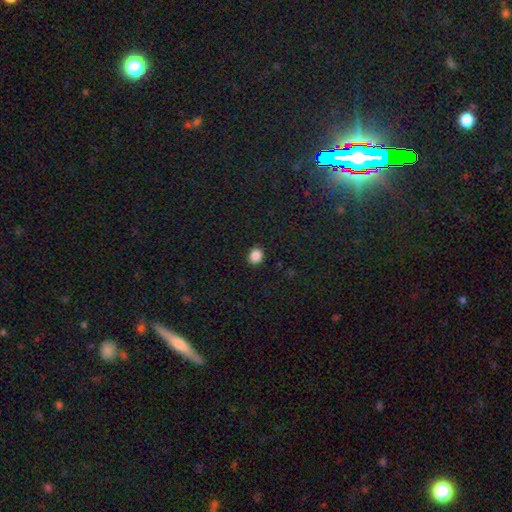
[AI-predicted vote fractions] Morphology: type=smooth (87%); roundness=round (66%); merging=none (90%).